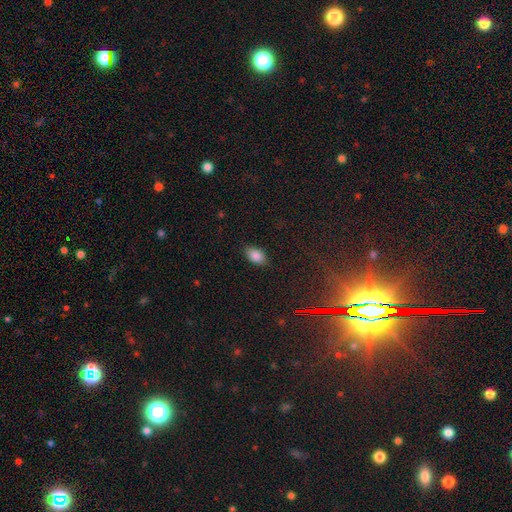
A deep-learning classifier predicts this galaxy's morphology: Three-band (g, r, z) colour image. It shows a smooth galaxy with no disk features (85%) that is in between round and cigar-shaped (91%). Merging: none (84%).